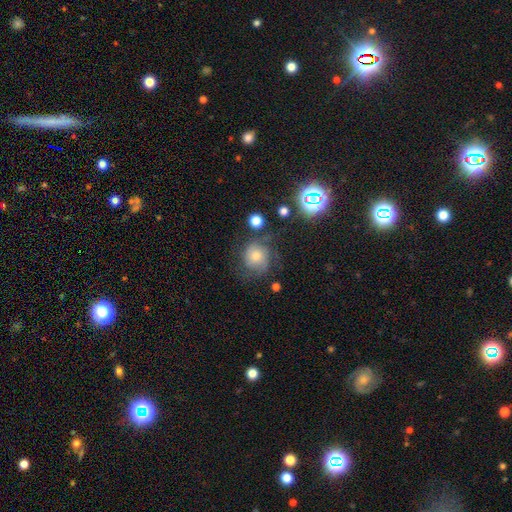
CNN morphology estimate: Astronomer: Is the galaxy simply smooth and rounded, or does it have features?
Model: featured or disk — 41% (runner-up: smooth, 39%).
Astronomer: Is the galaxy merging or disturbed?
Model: none — 58%.